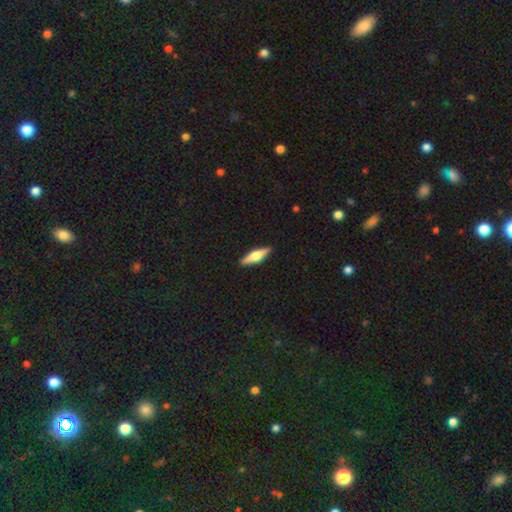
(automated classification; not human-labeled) Smooth or featured? Predicted: featured or disk (p=0.62). Edge-on disk? Predicted: yes (p=0.96). Edge-on bulge? Predicted: rounded (p=0.94). Merging? Predicted: none (p=0.91).